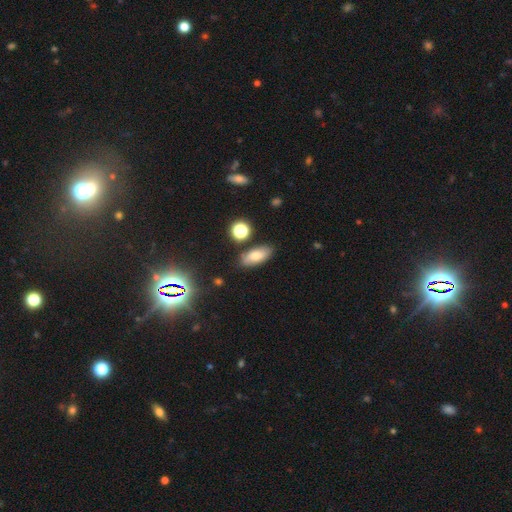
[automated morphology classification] Overall: smooth (73%). How rounded: in between (81%). Merging: none (82%).